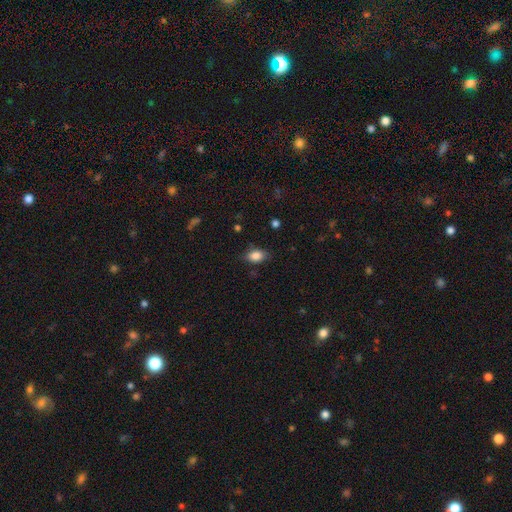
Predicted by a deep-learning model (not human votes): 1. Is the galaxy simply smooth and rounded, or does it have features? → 86% smooth, 8% star or artifact, 5% featured or disk.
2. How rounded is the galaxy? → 82% in between, 16% round, 2% cigar-shaped.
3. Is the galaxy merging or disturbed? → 78% none, 17% minor disturbance, 4% major disturbance, 1% merger.